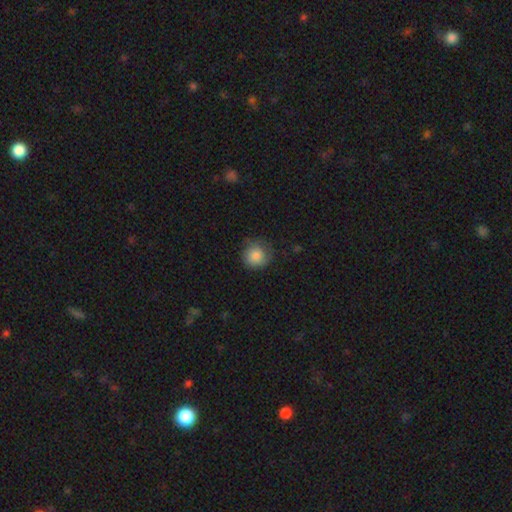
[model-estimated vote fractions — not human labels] Smooth or featured?
  - smooth: 80% *
  - featured or disk: 12%
  - star or artifact: 8%
How rounded?
  - round: 90% *
  - in between: 9%
  - cigar-shaped: 1%
Merging?
  - none: 70% *
  - minor disturbance: 22%
  - major disturbance: 7%
  - merger: 1%